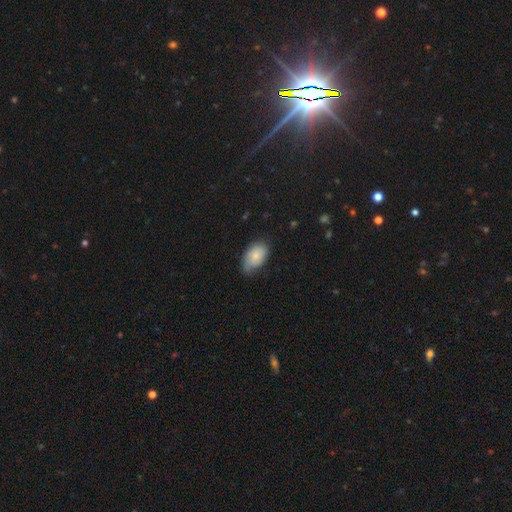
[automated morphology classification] smooth-or-featured: smooth: 76% | featured or disk: 18% | star or artifact: 7%
  how-rounded: in between: 91% | round: 8% | cigar-shaped: 1%
  merging: none: 59% | minor disturbance: 32% | major disturbance: 7% | merger: 1%